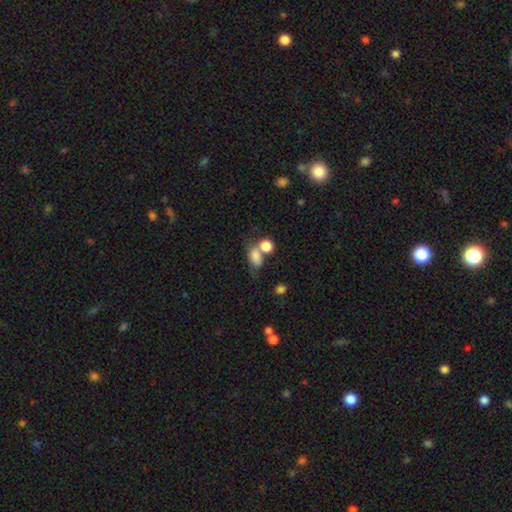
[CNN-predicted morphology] type=smooth (78%); roundness=in between (76%); merging=merger (41%).